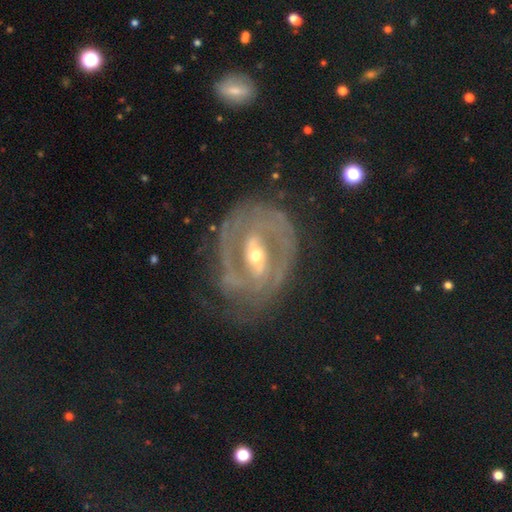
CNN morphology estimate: The model was most divided on "bar": strong: 47%, weak: 37%, no: 16%. More confident: edge-on disk — no (96%); spiral arms — yes (90%); smooth or featured — featured or disk (88%); merging — none (67%); spiral winding — tight (60%); spiral arm count — 2 (57%); bulge size — moderate (54%).